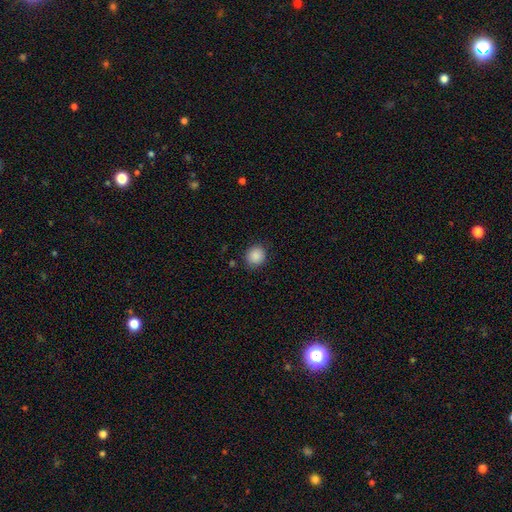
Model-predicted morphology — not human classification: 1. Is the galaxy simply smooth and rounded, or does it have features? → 88% smooth, 9% star or artifact, 3% featured or disk.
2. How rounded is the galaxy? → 86% round, 13% in between, 1% cigar-shaped.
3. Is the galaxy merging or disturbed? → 87% none, 9% minor disturbance, 2% major disturbance, 1% merger.